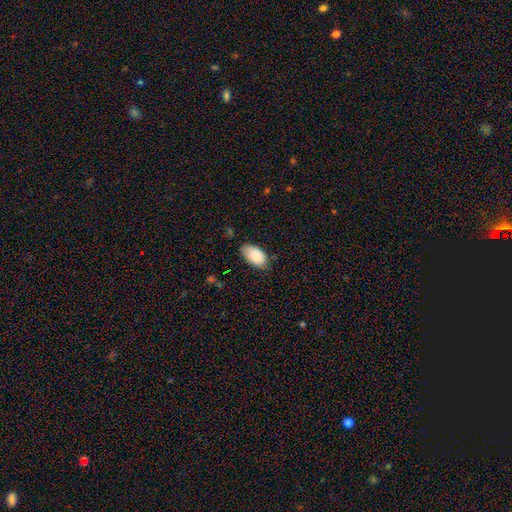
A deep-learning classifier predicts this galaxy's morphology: This is clearly a smooth galaxy (86%). How rounded: clearly in between (95%). Merging: likely none (66%).